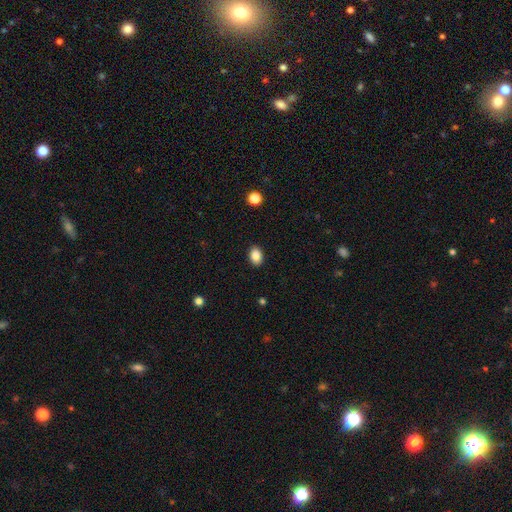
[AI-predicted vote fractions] Morphology: type=smooth (87%); roundness=in between (78%); merging=none (89%).